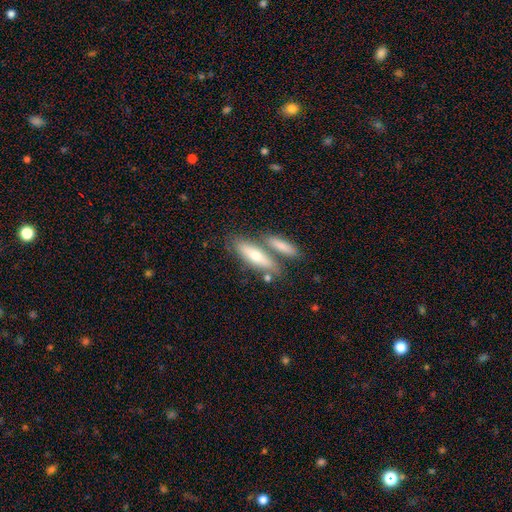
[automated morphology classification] Smooth or featured: smooth — 59% (featured or disk — 35%)
How rounded: cigar-shaped — 63% (in between — 34%)
Merging: none — 58% (merger — 27%)